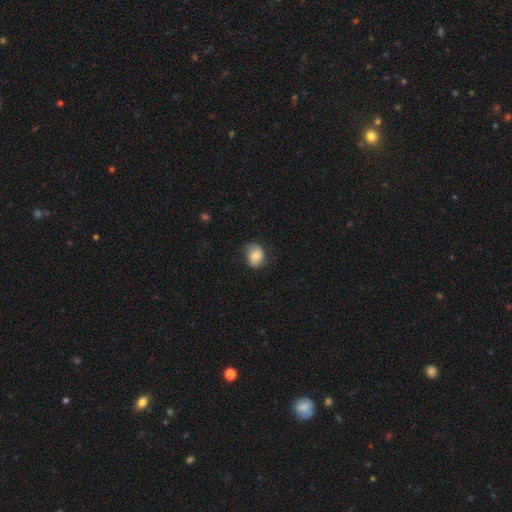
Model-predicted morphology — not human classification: A smooth galaxy with no disk features (77%) that is in between round and cigar-shaped (54%). Merging: none (64%).